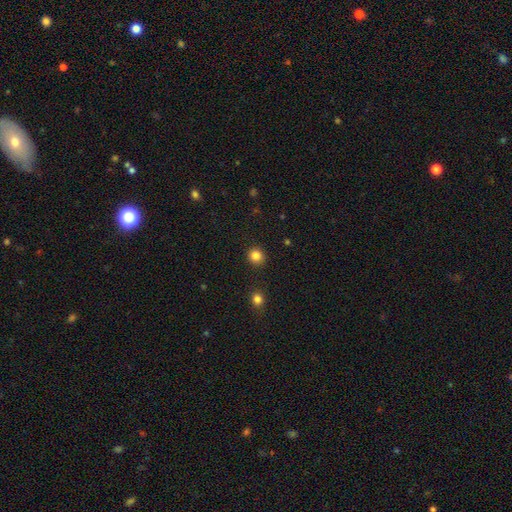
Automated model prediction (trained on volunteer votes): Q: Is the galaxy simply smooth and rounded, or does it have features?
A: smooth — 84%.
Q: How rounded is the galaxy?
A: round — 92%.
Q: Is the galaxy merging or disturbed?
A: none — 92%.